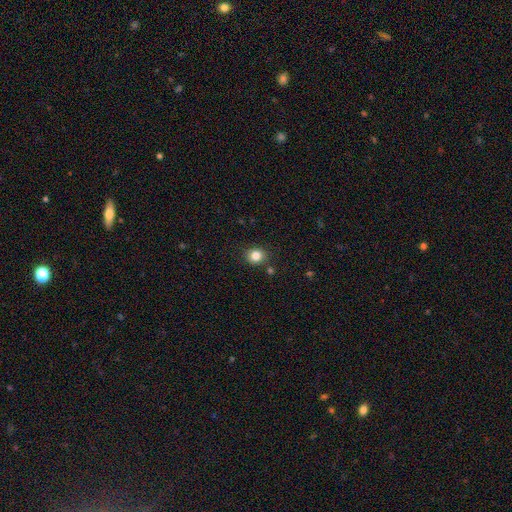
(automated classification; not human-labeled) Q: Smooth or featured?
A: smooth (83%); runner-up: star or artifact (11%)
Q: How rounded?
A: round (71%); runner-up: in between (28%)
Q: Merging?
A: none (85%); runner-up: minor disturbance (9%)